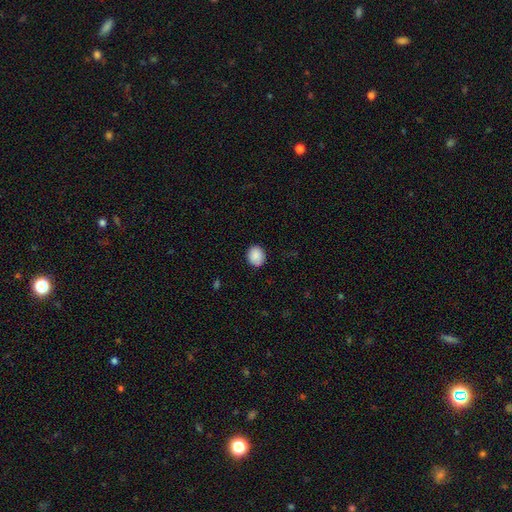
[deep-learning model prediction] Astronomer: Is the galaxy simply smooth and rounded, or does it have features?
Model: smooth — 88%.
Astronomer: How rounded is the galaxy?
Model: round — 69%.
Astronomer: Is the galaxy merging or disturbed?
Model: none — 84%.